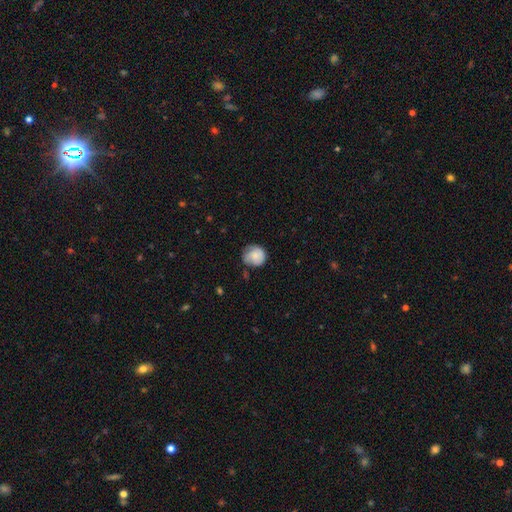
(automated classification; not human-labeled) The model was most divided on "merging": none: 59%, minor disturbance: 31%, major disturbance: 9%, merger: 2%. More confident: how rounded — round (83%); smooth or featured — smooth (65%).